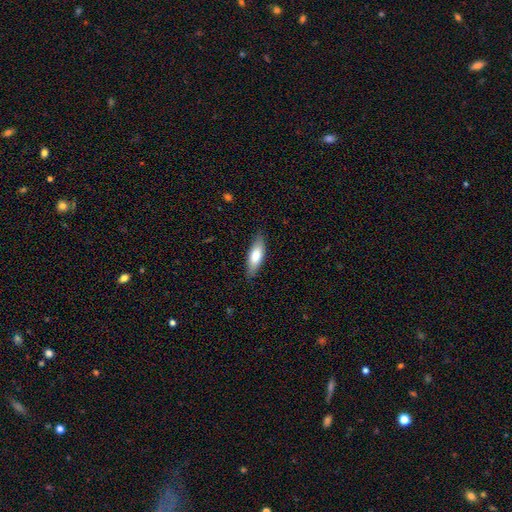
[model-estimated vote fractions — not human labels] The model was most divided on "how rounded": in between: 58%, cigar-shaped: 40%, round: 2%. More confident: merging — none (84%); smooth or featured — smooth (73%).